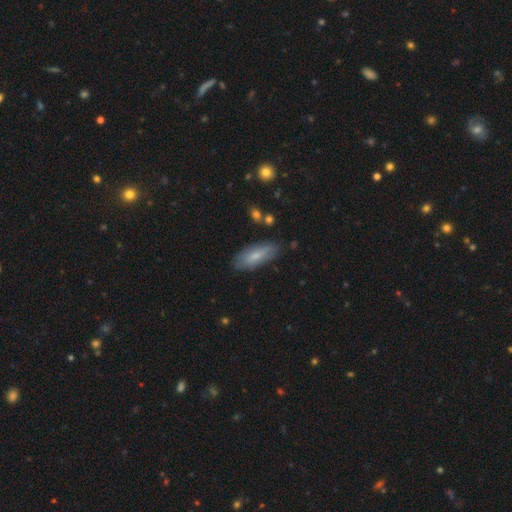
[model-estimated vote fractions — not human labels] This is likely a smooth galaxy (66%). How rounded: likely in between (68%). Merging: clearly none (81%).